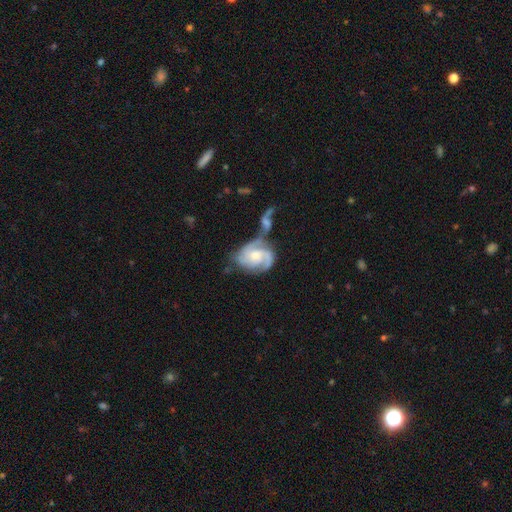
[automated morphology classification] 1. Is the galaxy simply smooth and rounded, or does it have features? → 85% featured or disk, 10% smooth, 5% star or artifact.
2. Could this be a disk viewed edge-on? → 98% no, 2% yes.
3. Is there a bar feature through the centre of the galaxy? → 67% no, 28% weak, 5% strong.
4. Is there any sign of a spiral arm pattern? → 96% yes, 4% no.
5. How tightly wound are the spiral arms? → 44% tight, 43% medium, 13% loose.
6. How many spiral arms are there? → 42% 2, 33% 3, 12% can't tell, 5% 4, 5% 1, 3% more than 4.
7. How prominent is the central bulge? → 51% moderate, 40% small, 4% large, 3% none, 1% dominant.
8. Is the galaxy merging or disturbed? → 43% merger, 27% none, 15% minor disturbance, 15% major disturbance.